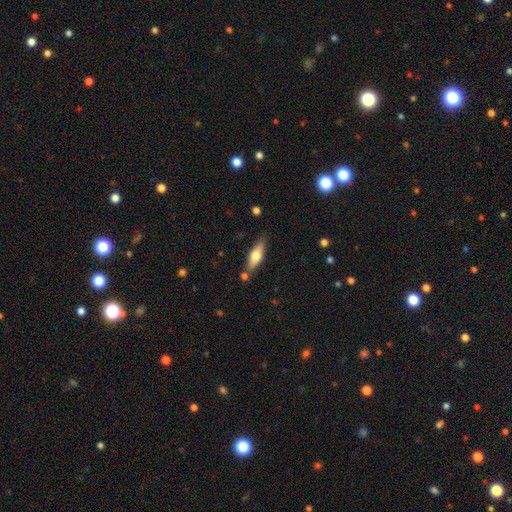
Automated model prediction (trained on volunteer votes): The model was most divided on "how rounded": in between: 50%, cigar-shaped: 48%, round: 2%. More confident: merging — none (76%); smooth or featured — smooth (56%).